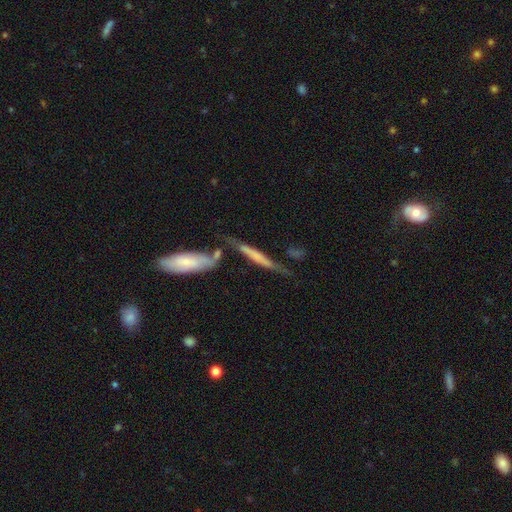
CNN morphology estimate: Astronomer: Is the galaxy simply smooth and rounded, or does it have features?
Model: featured or disk — 55% (runner-up: smooth, 38%).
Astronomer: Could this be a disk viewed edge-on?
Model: yes — 86%.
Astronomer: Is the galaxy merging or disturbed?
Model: none — 53%.